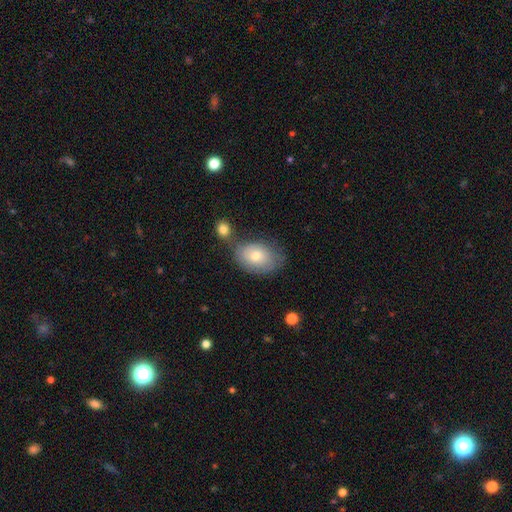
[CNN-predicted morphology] smooth_or_featured: smooth (p=0.71) [alt: featured or disk p=0.21]
how_rounded: in between (p=0.76) [alt: round p=0.23]
merging: none (p=0.48) [alt: minor disturbance p=0.22]